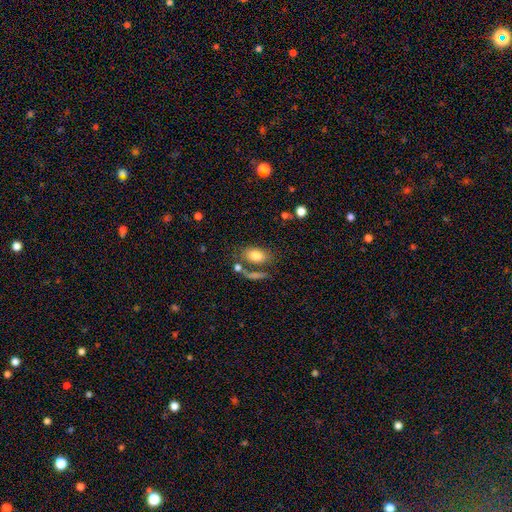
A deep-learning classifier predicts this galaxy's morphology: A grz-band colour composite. It shows a smooth galaxy with no disk features (78%) that is in between round and cigar-shaped (88%). Merging: none (56%).